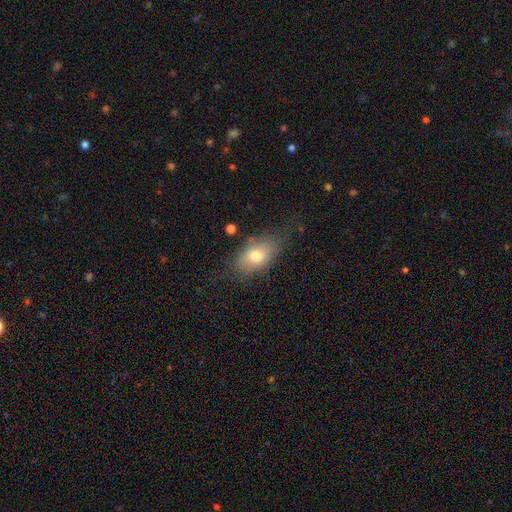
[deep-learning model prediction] Q: Smooth or featured?
A: smooth (69%); runner-up: featured or disk (21%)
Q: How rounded?
A: in between (83%); runner-up: round (13%)
Q: Merging?
A: none (63%); runner-up: minor disturbance (23%)